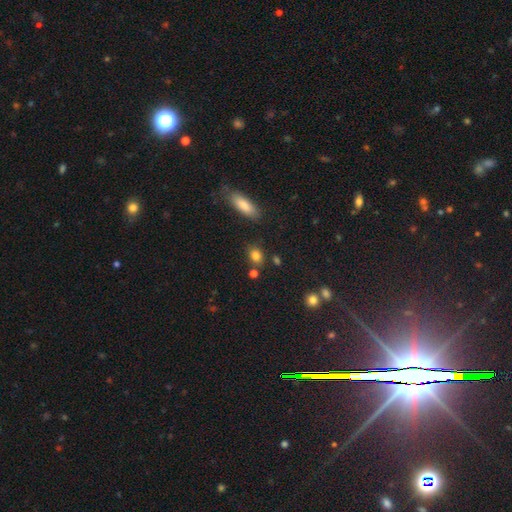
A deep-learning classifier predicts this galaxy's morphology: Smooth or featured? Predicted: smooth (p=0.82). How rounded? Predicted: in between (p=0.56). Merging? Predicted: none (p=0.76).